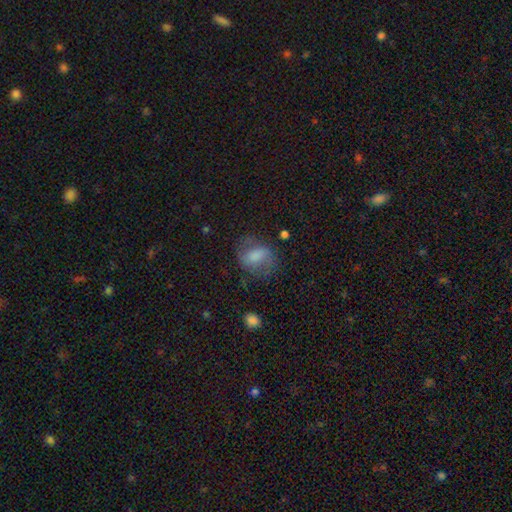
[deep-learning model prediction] Morphology: type=smooth (53%); roundness=in between (63%); merging=none (57%).